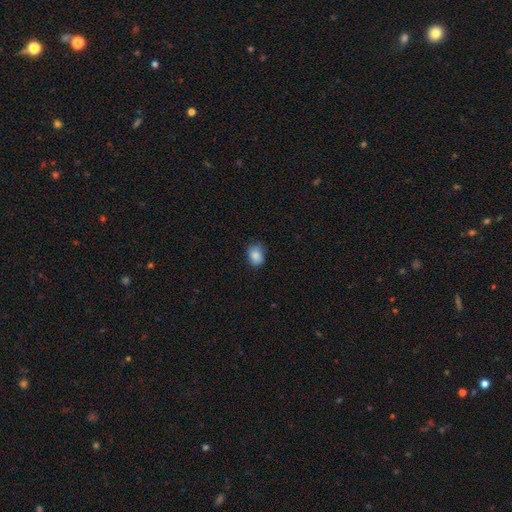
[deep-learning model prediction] Smooth or featured?
  - smooth: 85% *
  - star or artifact: 9%
  - featured or disk: 6%
How rounded?
  - in between: 59% *
  - round: 40%
  - cigar-shaped: 1%
Merging?
  - none: 72% *
  - minor disturbance: 23%
  - major disturbance: 4%
  - merger: 1%